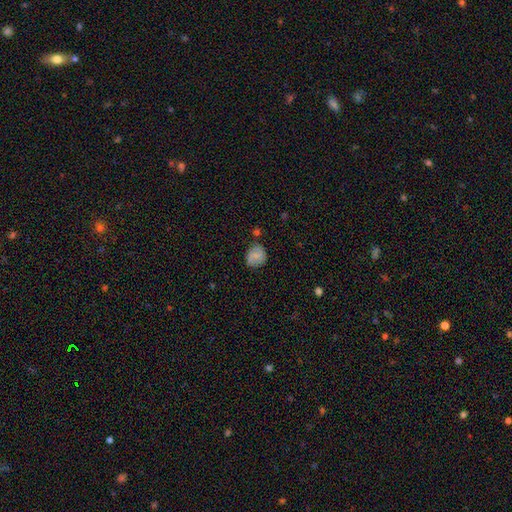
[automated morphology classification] The model was most divided on "how rounded": round: 71%, in between: 28%, cigar-shaped: 1%. More confident: merging — none (69%); smooth or featured — smooth (68%).